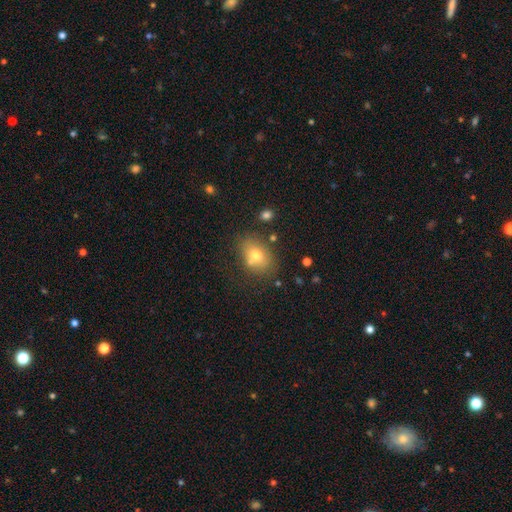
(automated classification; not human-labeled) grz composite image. It shows a smooth galaxy with no disk features (71%) that is in between round and cigar-shaped (73%). Merging: none (66%).